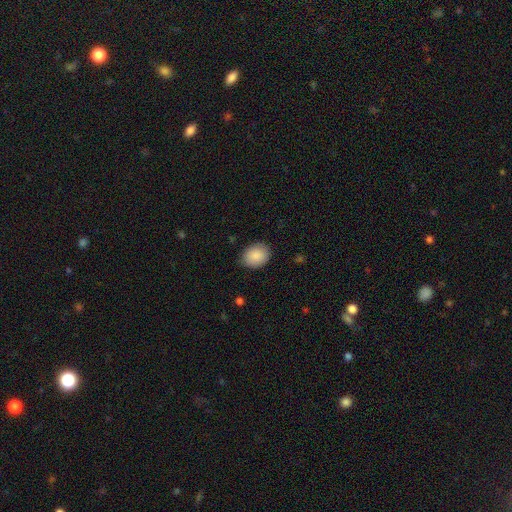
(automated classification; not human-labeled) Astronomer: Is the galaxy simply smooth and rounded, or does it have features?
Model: smooth — 88%.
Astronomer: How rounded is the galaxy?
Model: in between — 56% (runner-up: round, 44%).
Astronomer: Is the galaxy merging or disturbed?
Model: none — 82%.